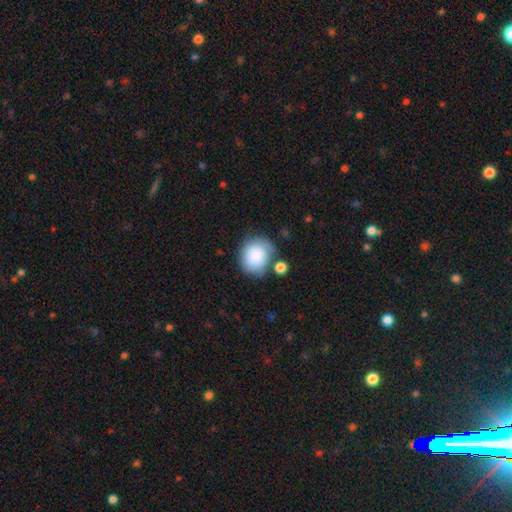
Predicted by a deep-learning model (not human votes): smooth-or-featured: smooth: 80% | featured or disk: 13% | star or artifact: 7%
  how-rounded: round: 70% | in between: 29% | cigar-shaped: 1%
  merging: none: 57% | minor disturbance: 21% | merger: 14% | major disturbance: 8%